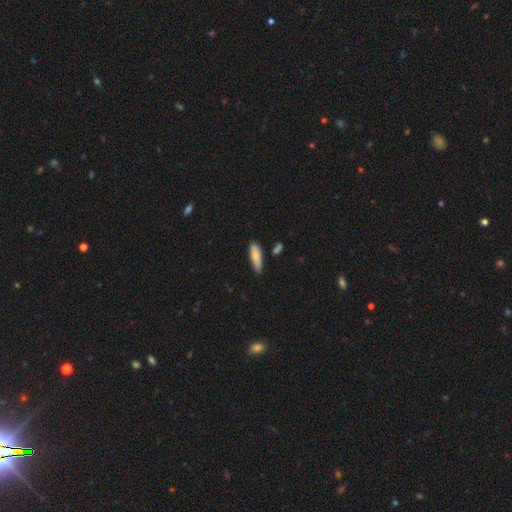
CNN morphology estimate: Smooth or featured? smooth (80%)
How rounded? in between (50%)
Merging? none (71%)